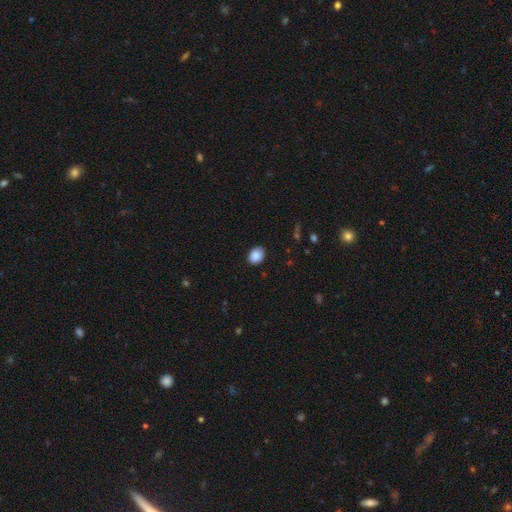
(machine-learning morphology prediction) Q: Smooth or featured?
A: smooth (89%); runner-up: star or artifact (8%)
Q: How rounded?
A: in between (65%); runner-up: round (34%)
Q: Merging?
A: none (85%); runner-up: minor disturbance (12%)